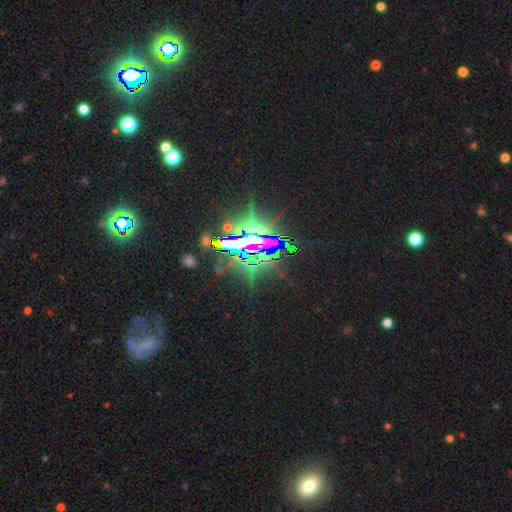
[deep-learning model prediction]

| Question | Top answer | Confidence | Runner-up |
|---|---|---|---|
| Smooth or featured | star or artifact | 84% | featured or disk (10%) |